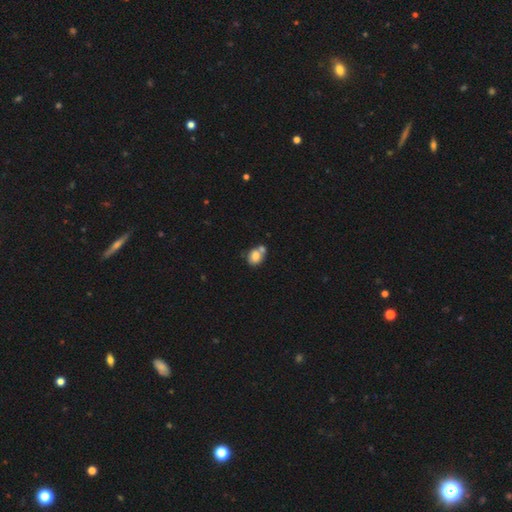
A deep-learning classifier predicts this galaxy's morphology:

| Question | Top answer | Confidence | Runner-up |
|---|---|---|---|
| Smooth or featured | smooth | 77% | featured or disk (14%) |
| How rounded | round | 52% | in between (47%) |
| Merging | merger | 44% | none (39%) |